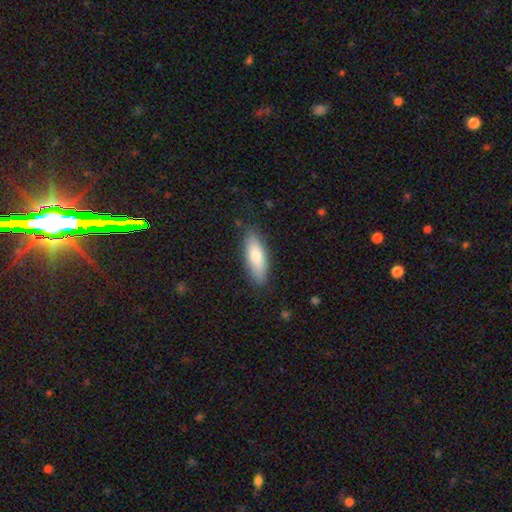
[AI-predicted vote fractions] Smooth or featured?
  - smooth: 75% *
  - featured or disk: 19%
  - star or artifact: 7%
How rounded?
  - in between: 54% *
  - cigar-shaped: 44%
  - round: 2%
Merging?
  - none: 84% *
  - minor disturbance: 12%
  - major disturbance: 2%
  - merger: 1%